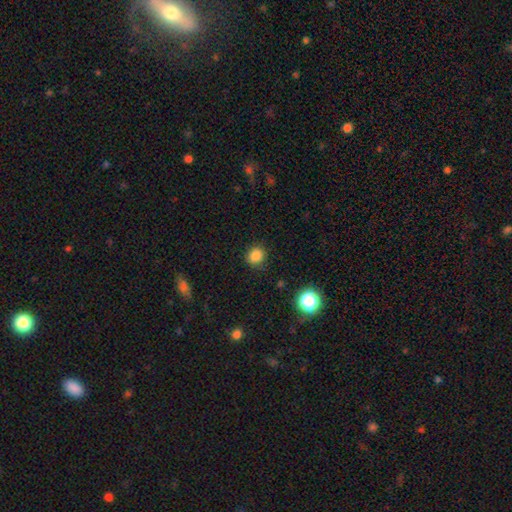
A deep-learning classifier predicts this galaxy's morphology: This appears to be a smooth galaxy with no disk features (83%) that is round (85%). Merging: none (87%).